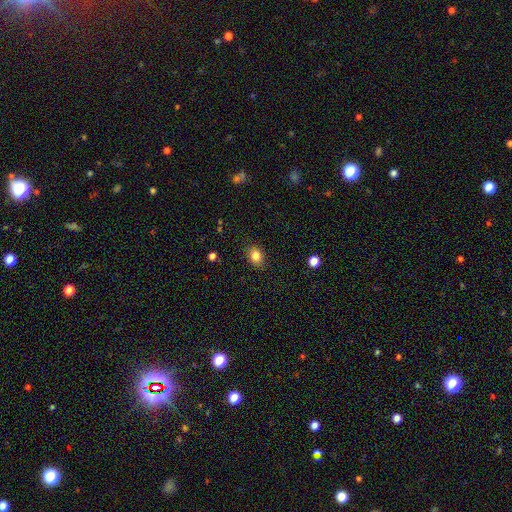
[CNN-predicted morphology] Overall: smooth (84%). How rounded: in between (55%; round 44%). Merging: none (86%).